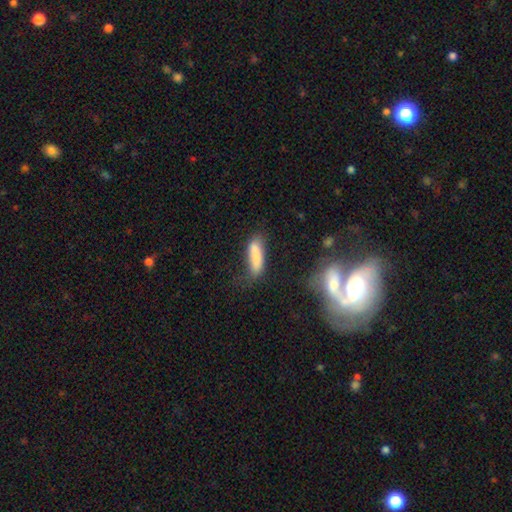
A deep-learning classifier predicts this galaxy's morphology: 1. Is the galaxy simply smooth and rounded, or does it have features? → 80% smooth, 13% featured or disk, 7% star or artifact.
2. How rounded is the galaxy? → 61% cigar-shaped, 37% in between, 2% round.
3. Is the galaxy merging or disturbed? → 56% none, 27% minor disturbance, 12% major disturbance, 5% merger.